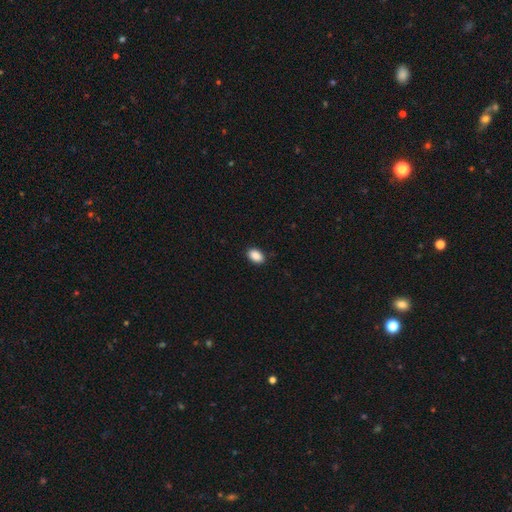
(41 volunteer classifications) A smooth galaxy with no disk features (95%) that is in between round and cigar-shaped (95%).

Vote fractions:
- Smooth or featured? smooth: 95% / star or artifact: 5% / featured or disk: 0%
- How rounded? in between: 95% / round: 5% / cigar-shaped: 0%
- Merging? none: 95% / minor disturbance: 5% / major disturbance: 0% / merger: 0%